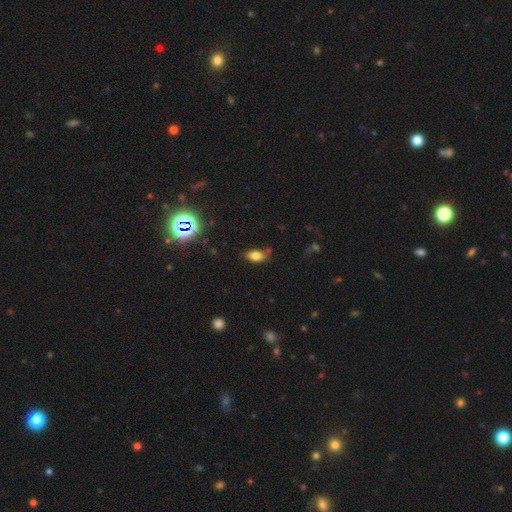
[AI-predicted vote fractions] A smooth galaxy with no disk features (77%) that is in between round and cigar-shaped (87%). Merging: none (69%).